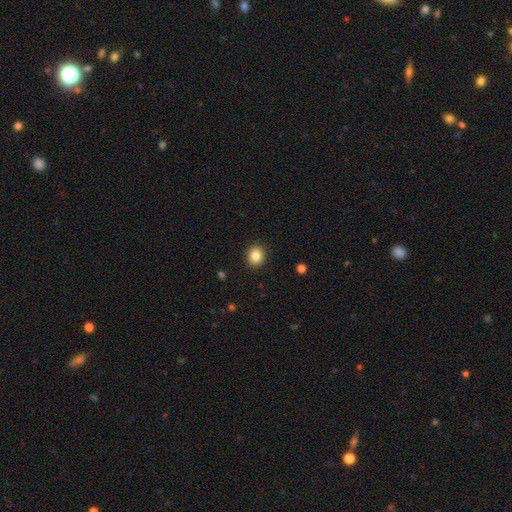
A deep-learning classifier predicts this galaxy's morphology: smooth 85%, star or artifact 10%, featured or disk 5%. Down the decision tree: how rounded — round (76%); merging — none (91%).